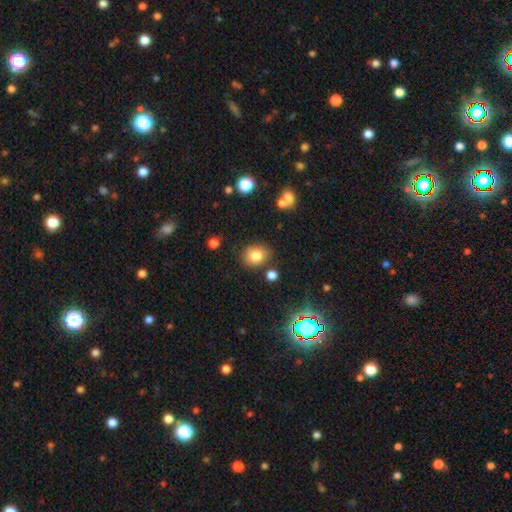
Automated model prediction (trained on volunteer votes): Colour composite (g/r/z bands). It shows a smooth galaxy with no disk features (81%) that is round (57%). Merging: none (80%).